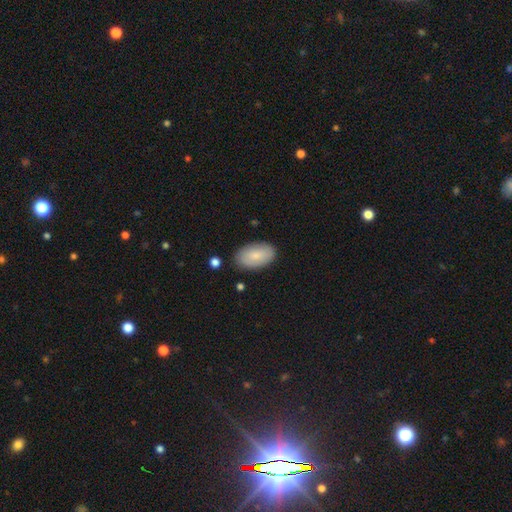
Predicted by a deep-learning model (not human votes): Q: Smooth or featured?
A: smooth (82%); runner-up: featured or disk (12%)
Q: How rounded?
A: in between (95%); runner-up: round (4%)
Q: Merging?
A: none (85%); runner-up: minor disturbance (11%)